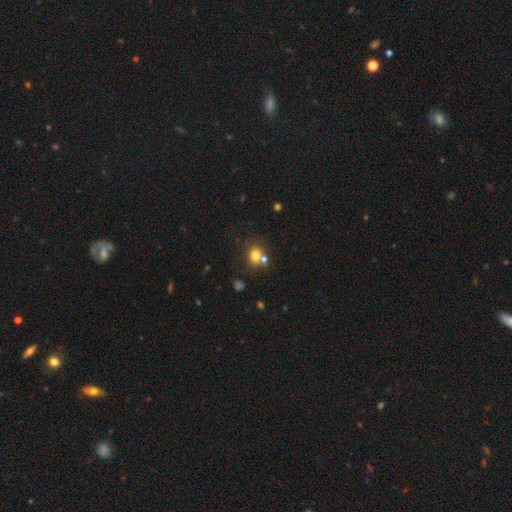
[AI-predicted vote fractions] Smooth or featured? Predicted: smooth (p=0.76). How rounded? Predicted: round (p=0.65). Merging? Predicted: none (p=0.58).